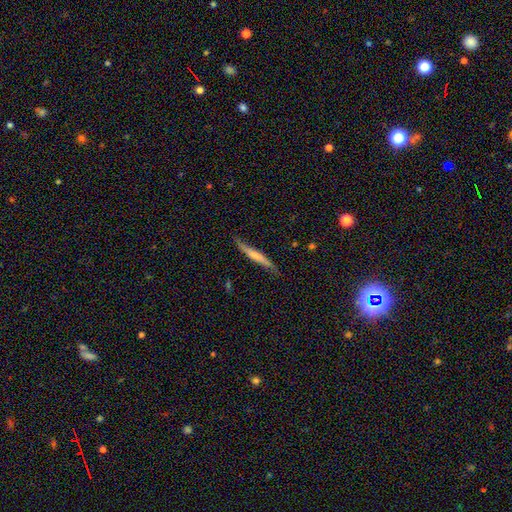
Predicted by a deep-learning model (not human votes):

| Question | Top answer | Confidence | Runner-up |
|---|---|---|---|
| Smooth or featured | smooth | 51% | featured or disk (44%) |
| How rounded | cigar-shaped | 94% | in between (4%) |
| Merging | none | 74% | minor disturbance (20%) |